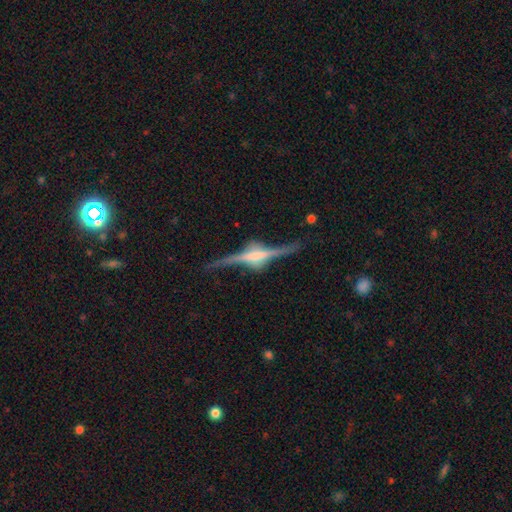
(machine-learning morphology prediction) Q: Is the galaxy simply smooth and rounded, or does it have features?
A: featured or disk — 87%.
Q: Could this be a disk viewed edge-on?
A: yes — 95%.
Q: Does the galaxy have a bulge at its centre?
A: rounded — 60%.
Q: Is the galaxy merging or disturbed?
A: none — 75%.